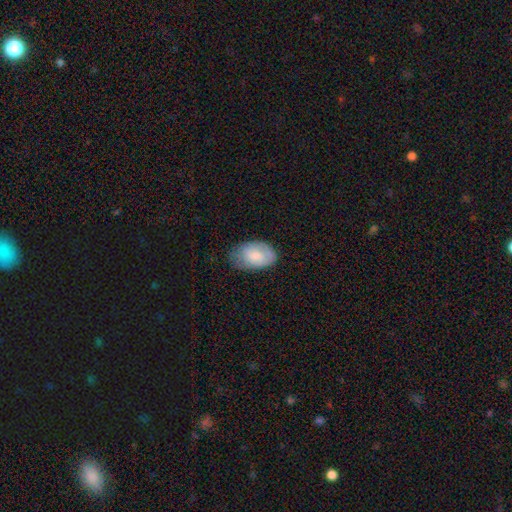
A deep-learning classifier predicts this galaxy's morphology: type=smooth (73%); roundness=in between (91%); merging=none (62%).